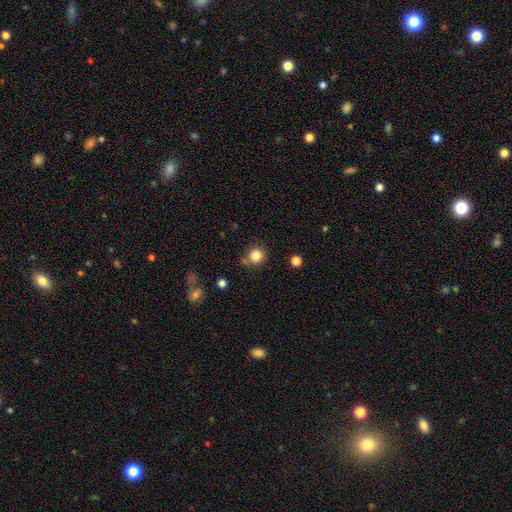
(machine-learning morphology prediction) Overall: smooth (83%). How rounded: round (91%). Merging: none (76%).